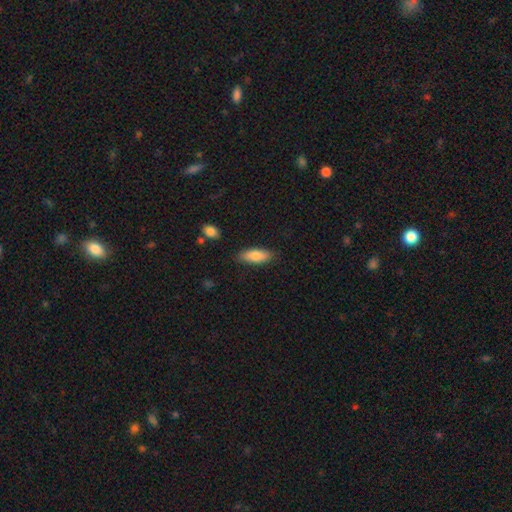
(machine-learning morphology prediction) A smooth galaxy with no disk features (82%) that is in between round and cigar-shaped (72%).

Vote fractions:
- Smooth or featured? smooth: 82% / featured or disk: 11% / star or artifact: 6%
- How rounded? in between: 72% / cigar-shaped: 26% / round: 2%
- Merging? none: 84% / minor disturbance: 12% / major disturbance: 3% / merger: 2%